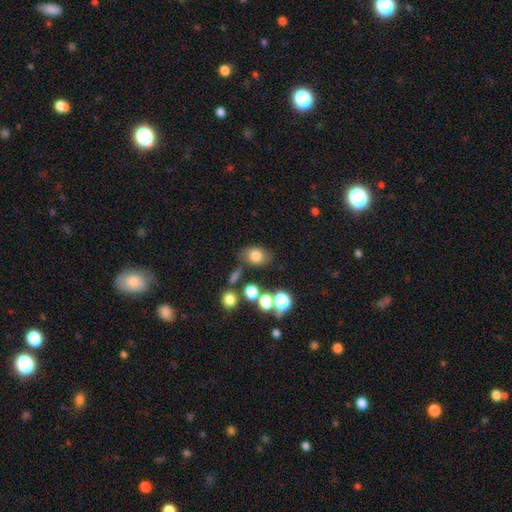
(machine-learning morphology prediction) Q: Smooth or featured?
A: smooth (77%); runner-up: star or artifact (12%)
Q: How rounded?
A: in between (64%); runner-up: round (34%)
Q: Merging?
A: none (66%); runner-up: minor disturbance (17%)